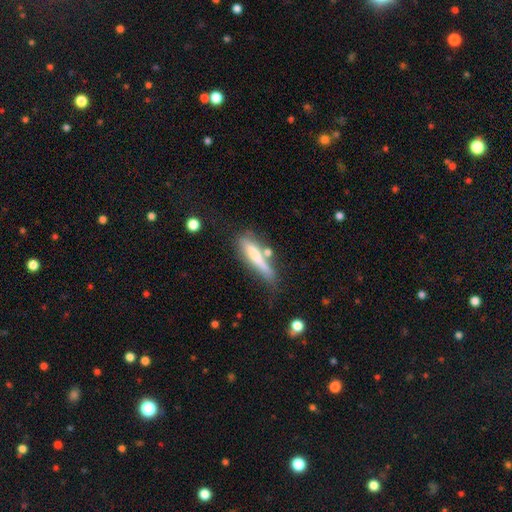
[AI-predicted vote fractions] smooth_or_featured: smooth (p=0.60) [alt: featured or disk p=0.33]
how_rounded: cigar-shaped (p=0.84) [alt: in between p=0.15]
merging: none (p=0.51) [alt: minor disturbance p=0.23]